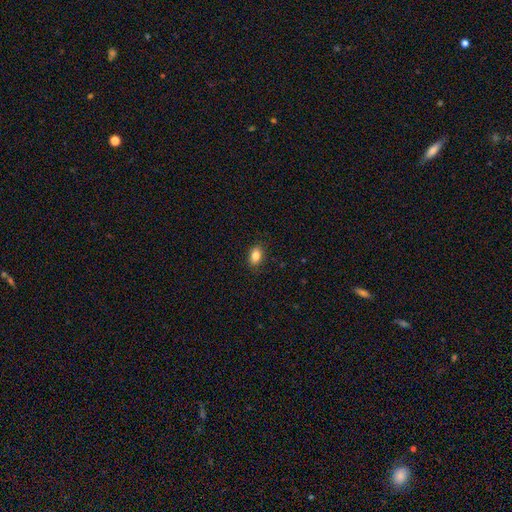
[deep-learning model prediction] This is clearly a smooth galaxy (85%). How rounded: clearly in between (85%). Merging: clearly none (88%).